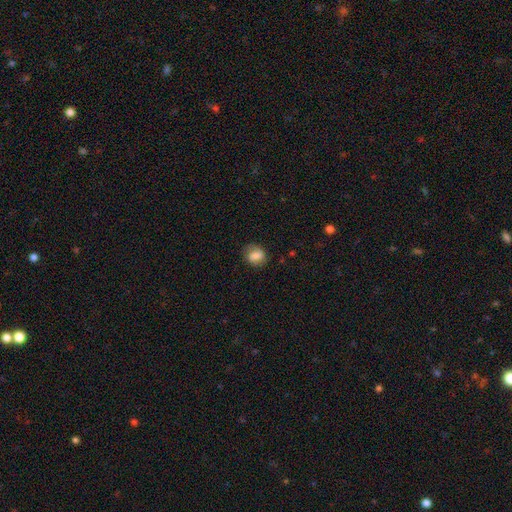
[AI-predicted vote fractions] Morphology: type=smooth (72%); roundness=round (56%); merging=none (68%).